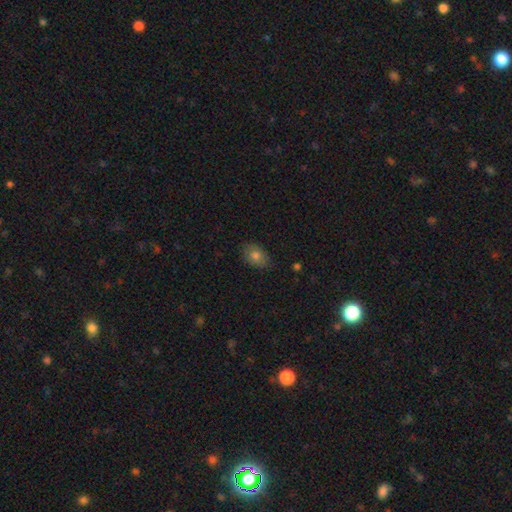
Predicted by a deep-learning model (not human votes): Q: Smooth or featured?
A: smooth (79%); runner-up: featured or disk (12%)
Q: How rounded?
A: in between (79%); runner-up: round (20%)
Q: Merging?
A: none (80%); runner-up: minor disturbance (16%)